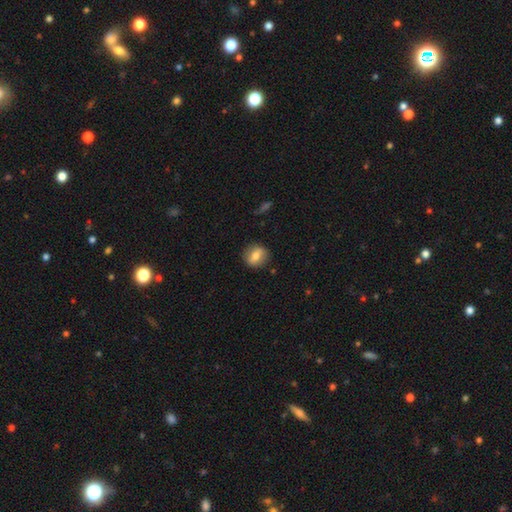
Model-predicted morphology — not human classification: A smooth galaxy with no disk features (65%) that is round (69%). Merging: none (86%).